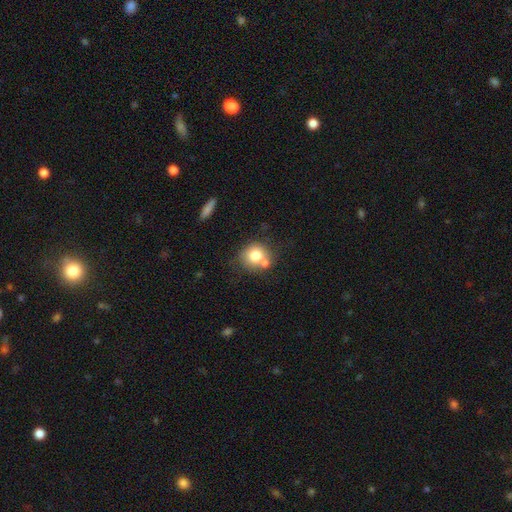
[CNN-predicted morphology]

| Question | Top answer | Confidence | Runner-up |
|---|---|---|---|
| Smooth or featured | smooth | 75% | featured or disk (15%) |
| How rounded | round | 83% | in between (16%) |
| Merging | none | 53% | merger (30%) |